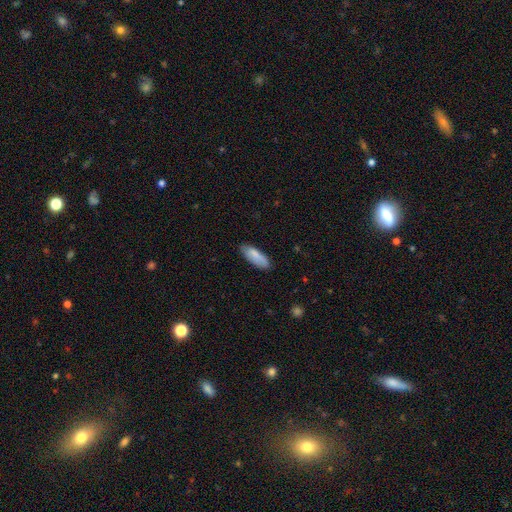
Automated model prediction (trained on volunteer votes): Smooth or featured? Predicted: smooth (p=0.82). How rounded? Predicted: in between (p=0.65). Merging? Predicted: none (p=0.77).